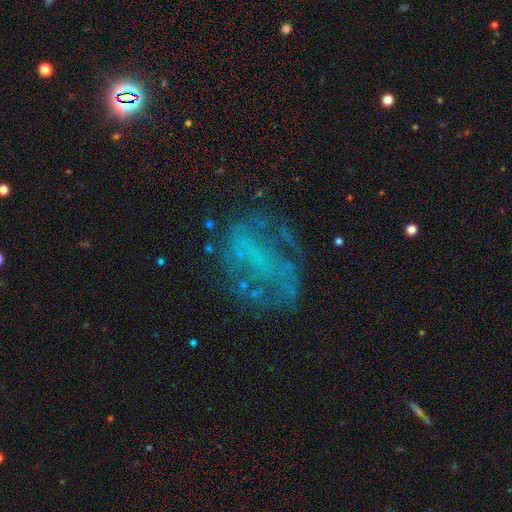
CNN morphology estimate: A featured or disk galaxy (54%) with no bar (72%), no spiral arms (62%) and no central bulge (78%).

Vote fractions:
- Smooth or featured? featured or disk: 54% / star or artifact: 25% / smooth: 20%
- Edge-on disk? no: 96% / yes: 4%
- Bar? no: 72% / weak: 19% / strong: 10%
- Spiral arms? no: 62% / yes: 38%
- Bulge size? none: 78% / small: 12% / moderate: 6% / large: 3% / dominant: 1%
- Merging? none: 58% / major disturbance: 22% / minor disturbance: 18% / merger: 3%